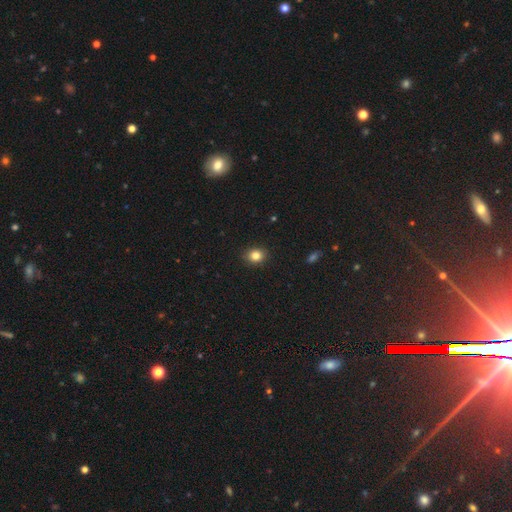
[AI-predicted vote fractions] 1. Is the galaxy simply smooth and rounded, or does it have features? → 83% smooth, 11% star or artifact, 5% featured or disk.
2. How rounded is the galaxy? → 64% round, 35% in between, 1% cigar-shaped.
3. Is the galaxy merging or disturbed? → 90% none, 7% minor disturbance, 2% major disturbance, 1% merger.